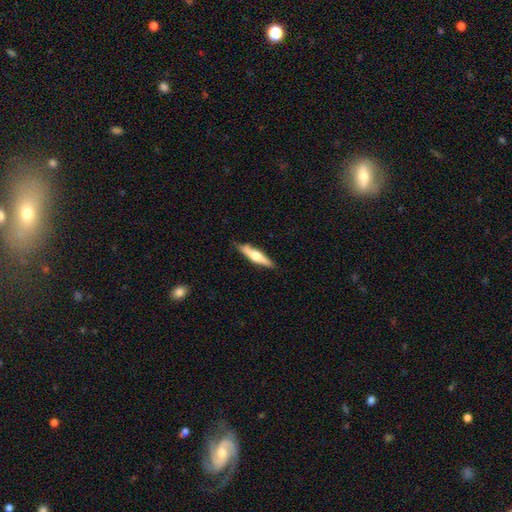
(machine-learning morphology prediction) Smooth or featured? featured or disk (51%)
Edge-on disk? yes (94%)
Merging? none (84%)